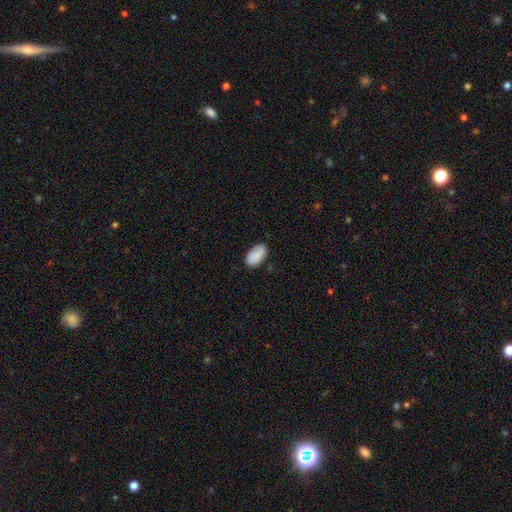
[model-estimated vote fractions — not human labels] Overall: smooth (83%). How rounded: in between (95%). Merging: none (79%).